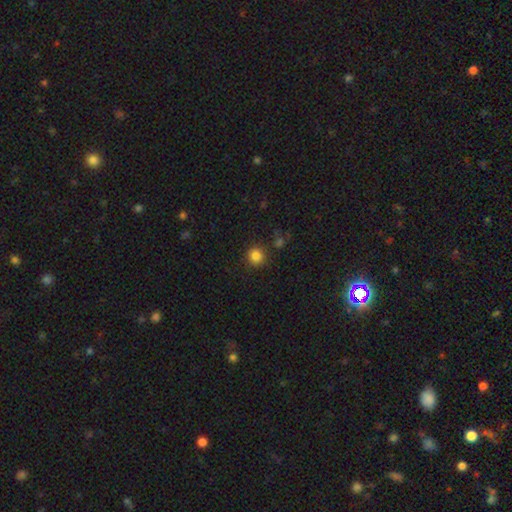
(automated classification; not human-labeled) This appears to be a smooth galaxy with no disk features (83%) that is round (92%). Merging: none (87%).